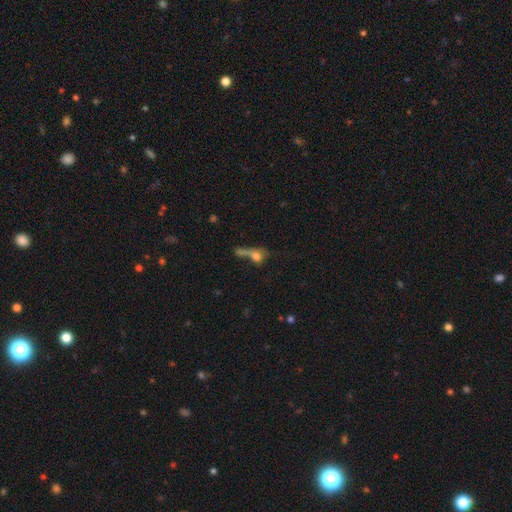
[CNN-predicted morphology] Smooth or featured? Predicted: smooth (p=0.60). How rounded? Predicted: in between (p=0.39). Merging? Predicted: merger (p=0.33).